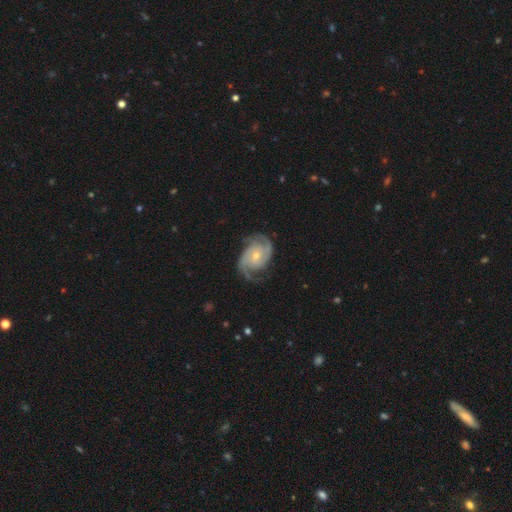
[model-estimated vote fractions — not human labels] Q: Smooth or featured?
A: featured or disk (90%); runner-up: smooth (6%)
Q: Edge-on disk?
A: no (98%); runner-up: yes (2%)
Q: Bar?
A: no (69%); runner-up: weak (25%)
Q: Spiral arms?
A: yes (98%); runner-up: no (2%)
Q: Spiral winding?
A: medium (49%); runner-up: tight (33%)
Q: Spiral arm count?
A: 2 (75%); runner-up: 3 (12%)
Q: Bulge size?
A: small (59%); runner-up: moderate (37%)
Q: Merging?
A: none (73%); runner-up: minor disturbance (18%)